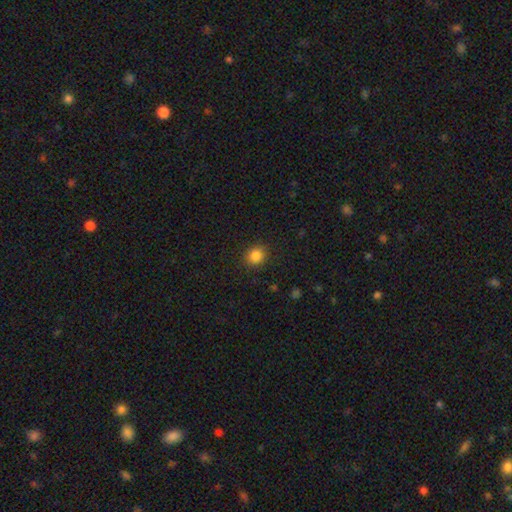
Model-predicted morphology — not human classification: A smooth galaxy with no disk features (85%) that is round (83%). Merging: none (89%).